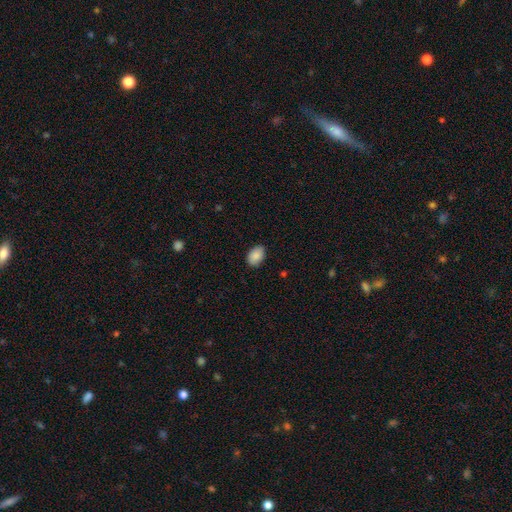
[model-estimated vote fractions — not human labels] This appears to be a smooth galaxy with no disk features (89%) that is in between round and cigar-shaped (87%). Merging: none (84%).